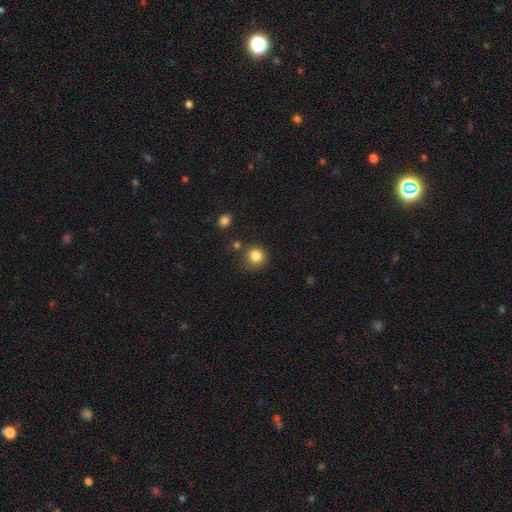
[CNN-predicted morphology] smooth-or-featured: smooth: 84% | star or artifact: 11% | featured or disk: 5%
  how-rounded: round: 88% | in between: 11% | cigar-shaped: 1%
  merging: none: 79% | minor disturbance: 13% | merger: 5% | major disturbance: 4%